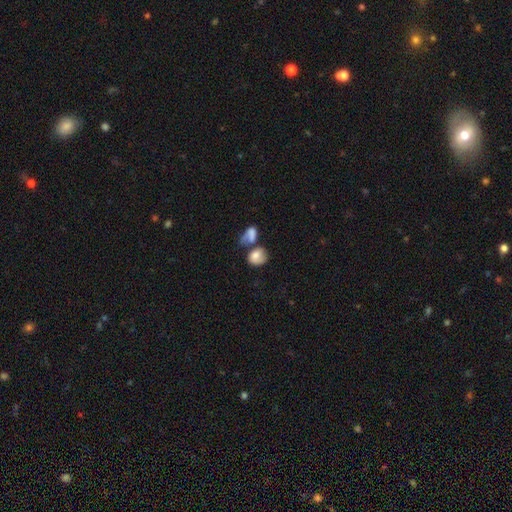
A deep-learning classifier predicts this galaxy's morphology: A smooth galaxy with no disk features (74%) that is in between round and cigar-shaped (52%).

Vote fractions:
- Smooth or featured? smooth: 74% / featured or disk: 18% / star or artifact: 8%
- How rounded? in between: 52% / round: 46% / cigar-shaped: 2%
- Merging? merger: 50% / none: 27% / minor disturbance: 13% / major disturbance: 10%